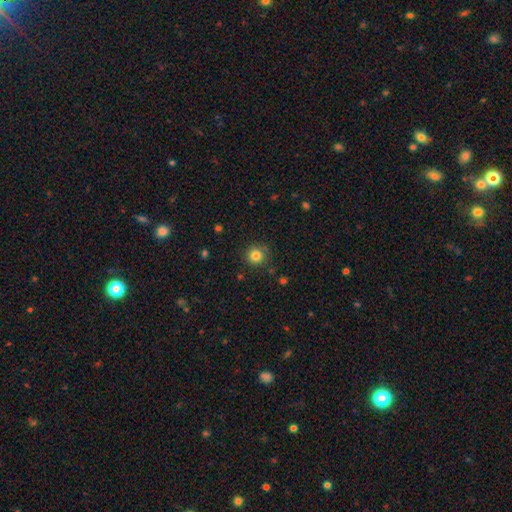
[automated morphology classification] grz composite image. It shows a smooth galaxy with no disk features (82%) that is round (93%). Merging: none (85%).